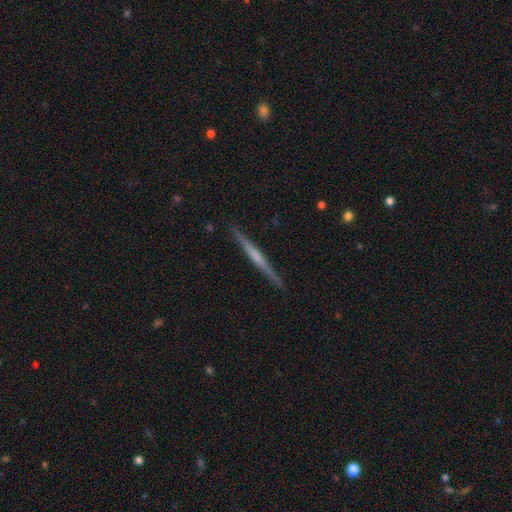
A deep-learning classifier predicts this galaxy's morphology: The model was most divided on "edge-on bulge": none: 52%, rounded: 29%, boxy: 19%. More confident: edge-on disk — yes (98%); merging — none (91%); smooth or featured — featured or disk (65%).